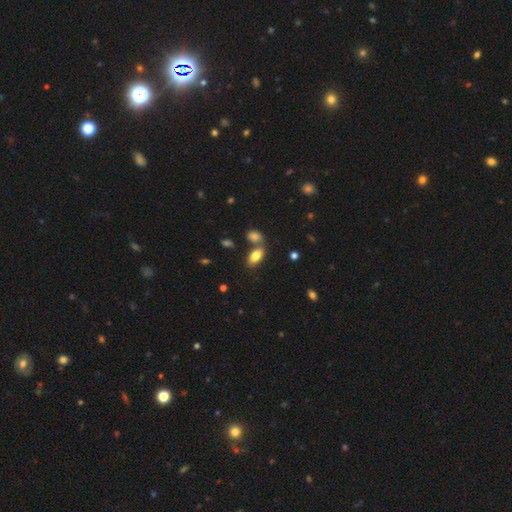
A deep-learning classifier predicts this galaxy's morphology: Smooth or featured: smooth — 83% (featured or disk — 9%)
How rounded: in between — 90% (cigar-shaped — 5%)
Merging: none — 64% (merger — 23%)